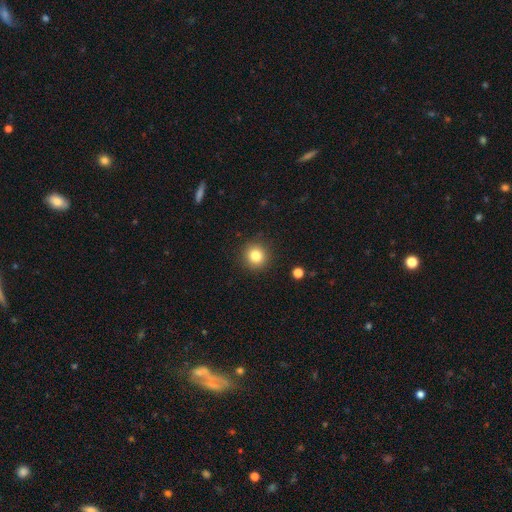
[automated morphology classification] Q: Smooth or featured?
A: smooth (82%); runner-up: star or artifact (11%)
Q: How rounded?
A: round (93%); runner-up: in between (6%)
Q: Merging?
A: none (91%); runner-up: minor disturbance (6%)